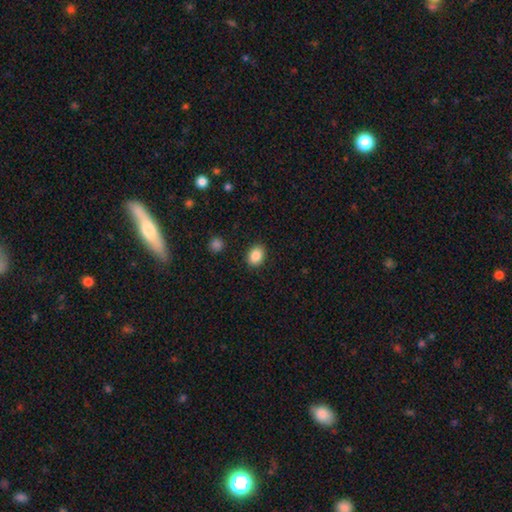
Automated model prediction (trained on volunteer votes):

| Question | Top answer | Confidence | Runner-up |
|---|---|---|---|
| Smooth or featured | smooth | 87% | star or artifact (8%) |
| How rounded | in between | 65% | round (34%) |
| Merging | none | 88% | minor disturbance (8%) |